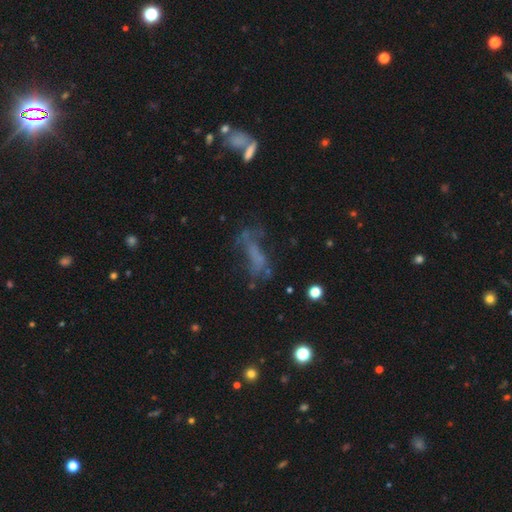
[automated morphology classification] smooth-or-featured: featured or disk: 39% | smooth: 34% | star or artifact: 28%
  merging: none: 42% | major disturbance: 30% | minor disturbance: 20% | merger: 8%